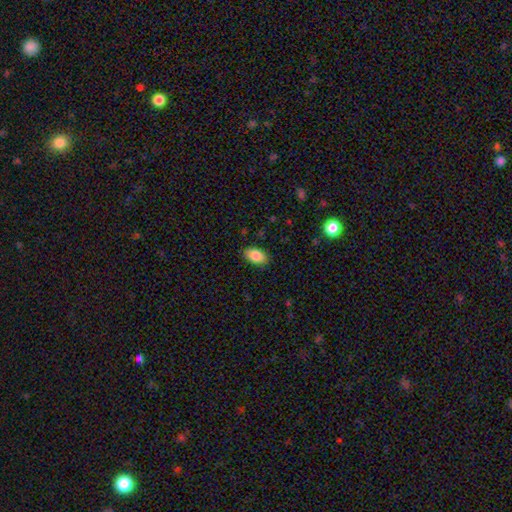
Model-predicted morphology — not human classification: Smooth or featured? smooth (86%)
How rounded? in between (93%)
Merging? none (87%)